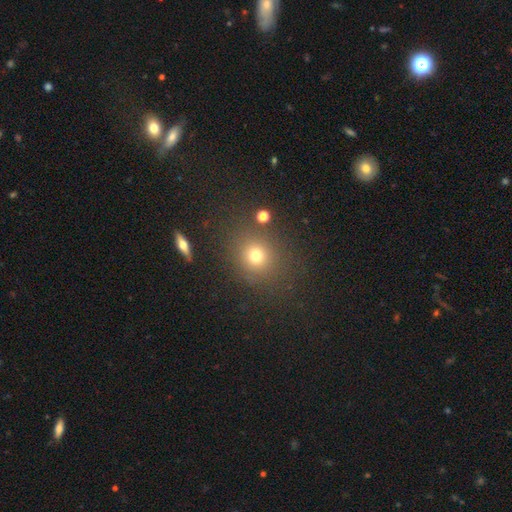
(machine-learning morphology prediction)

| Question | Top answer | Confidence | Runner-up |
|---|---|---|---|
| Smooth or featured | smooth | 74% | star or artifact (18%) |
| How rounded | round | 81% | in between (17%) |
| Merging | none | 83% | minor disturbance (9%) |